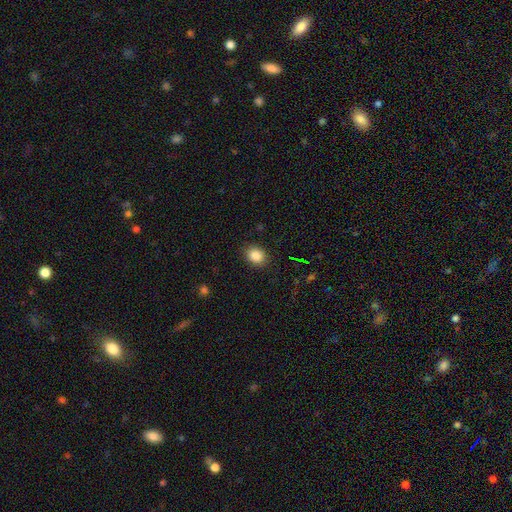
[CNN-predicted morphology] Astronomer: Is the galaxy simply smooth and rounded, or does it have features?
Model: smooth — 85%.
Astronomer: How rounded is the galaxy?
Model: round — 54% (runner-up: in between, 45%).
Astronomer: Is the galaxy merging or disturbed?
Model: none — 88%.